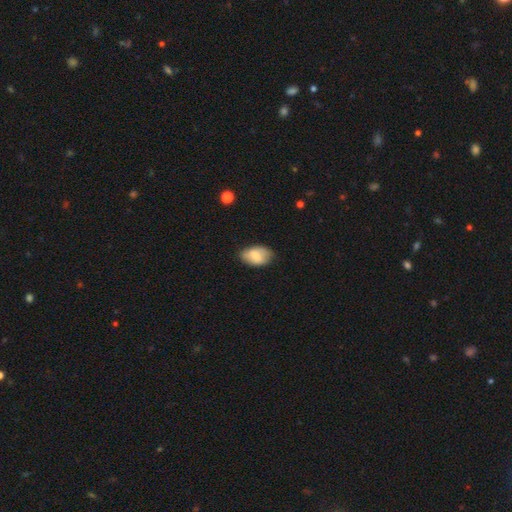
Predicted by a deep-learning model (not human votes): smooth-or-featured: smooth: 73% | featured or disk: 20% | star or artifact: 7%
  how-rounded: in between: 91% | round: 8% | cigar-shaped: 2%
  merging: none: 74% | minor disturbance: 21% | major disturbance: 3% | merger: 1%